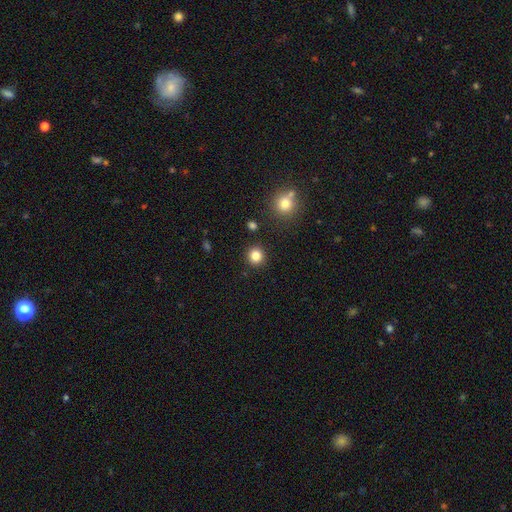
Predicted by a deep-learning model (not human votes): This is clearly a smooth galaxy (84%). How rounded: clearly round (93%). Merging: clearly none (91%).